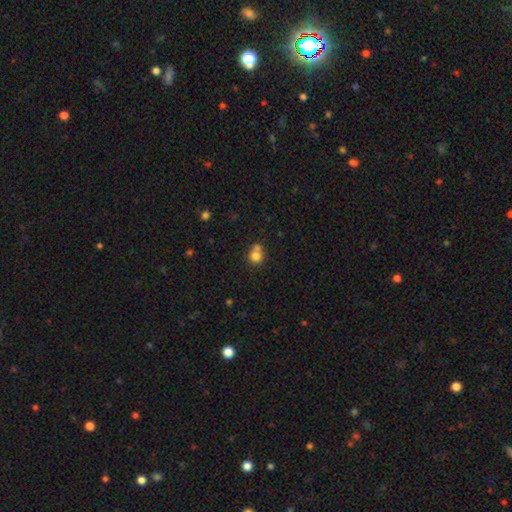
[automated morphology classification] Q: Smooth or featured?
A: smooth (79%); runner-up: star or artifact (12%)
Q: How rounded?
A: round (85%); runner-up: in between (14%)
Q: Merging?
A: none (45%); runner-up: merger (42%)